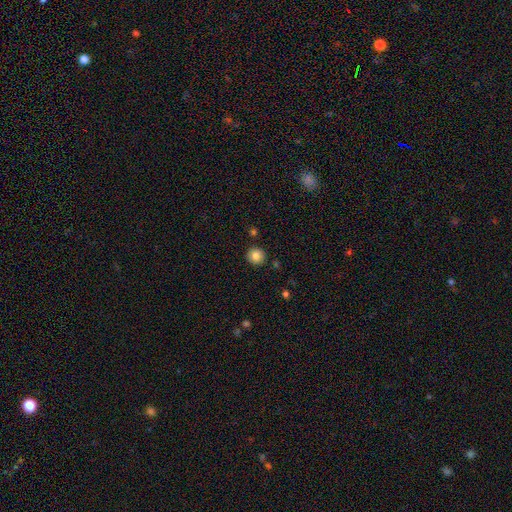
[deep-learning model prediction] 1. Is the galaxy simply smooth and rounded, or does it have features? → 83% smooth, 10% star or artifact, 7% featured or disk.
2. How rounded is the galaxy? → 92% round, 7% in between, 1% cigar-shaped.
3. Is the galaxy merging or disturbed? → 90% none, 6% minor disturbance, 2% merger, 2% major disturbance.